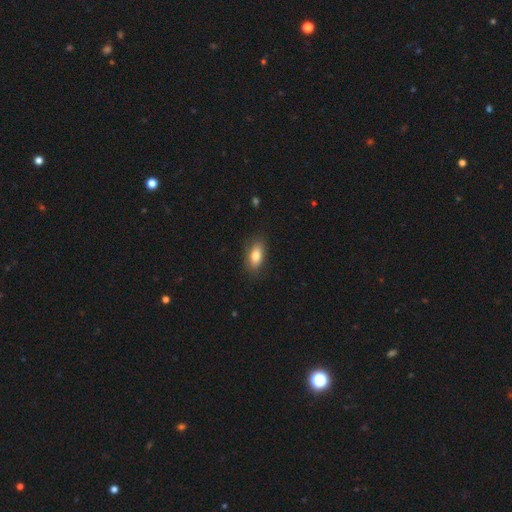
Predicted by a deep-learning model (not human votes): Morphology: type=smooth (80%); roundness=in between (86%); merging=none (84%).